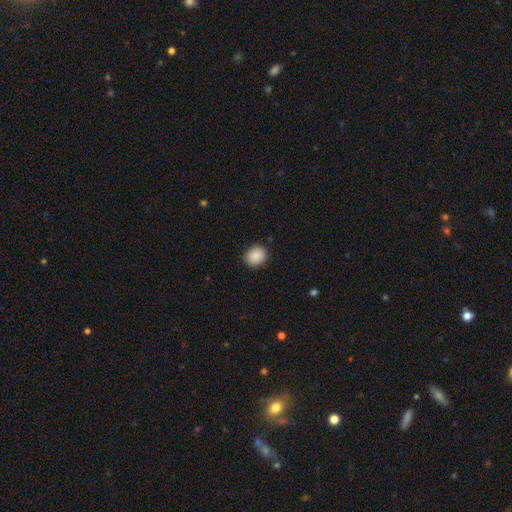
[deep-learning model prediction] A smooth galaxy with no disk features (88%) that is round (68%). Merging: none (90%).